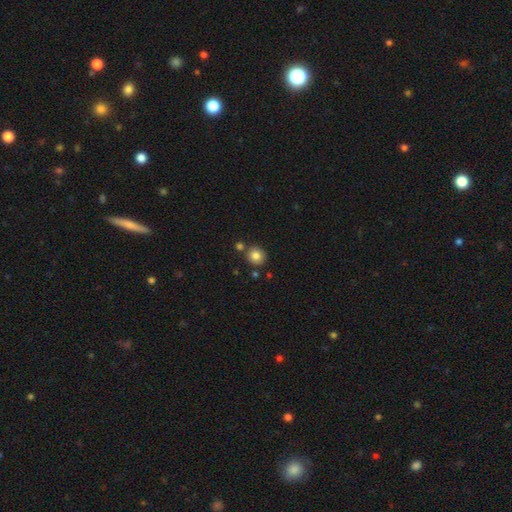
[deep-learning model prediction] The model was most divided on "merging": none: 77%, merger: 11%, minor disturbance: 9%, major disturbance: 2%. More confident: how rounded — round (87%); smooth or featured — smooth (83%).